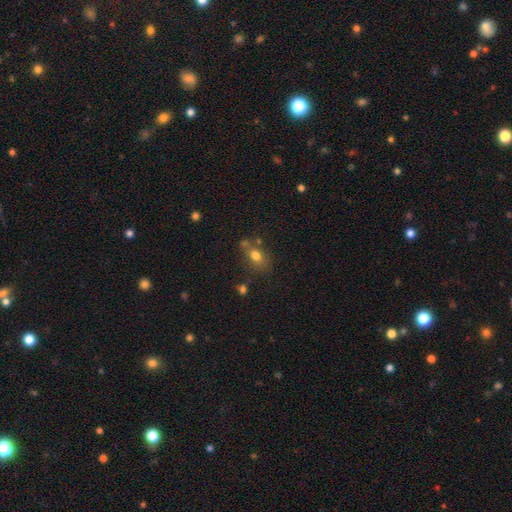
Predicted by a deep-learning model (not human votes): Q: Smooth or featured?
A: smooth (75%); runner-up: featured or disk (13%)
Q: How rounded?
A: in between (68%); runner-up: round (30%)
Q: Merging?
A: none (57%); runner-up: minor disturbance (19%)